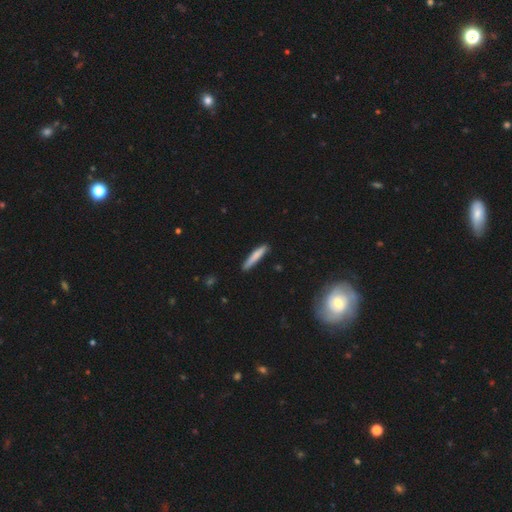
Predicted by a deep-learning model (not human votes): smooth 79%, featured or disk 16%, star or artifact 6%. Down the decision tree: how rounded — cigar-shaped (93%); merging — none (87%).